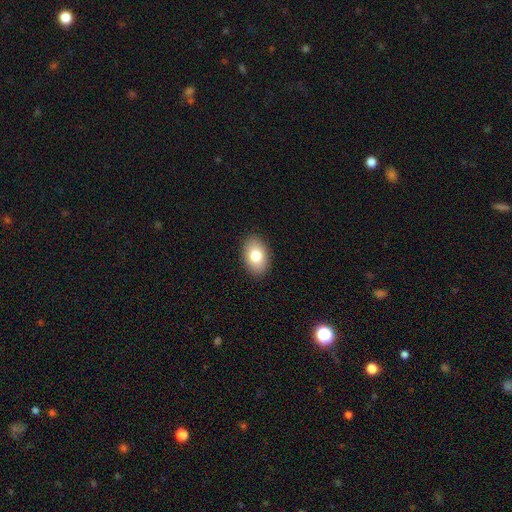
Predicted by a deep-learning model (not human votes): This appears to be a smooth galaxy with no disk features (79%) that is in between round and cigar-shaped (88%). Merging: none (90%).